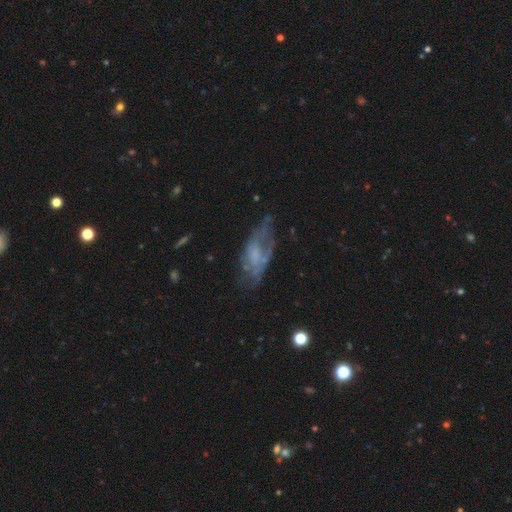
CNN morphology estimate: type=featured or disk (57%); edge-on=no (89%); bar=no (71%); spiral arms=no (53%); bulge=none (43%); merging=none (46%).